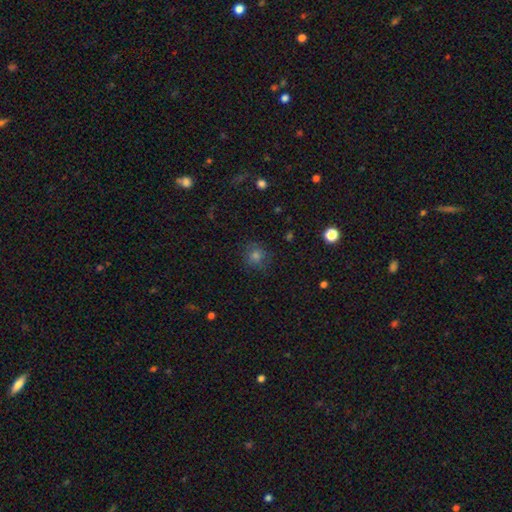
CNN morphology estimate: The model was most divided on "smooth or featured": smooth: 69%, star or artifact: 23%, featured or disk: 9%. More confident: how rounded — round (90%); merging — none (85%).